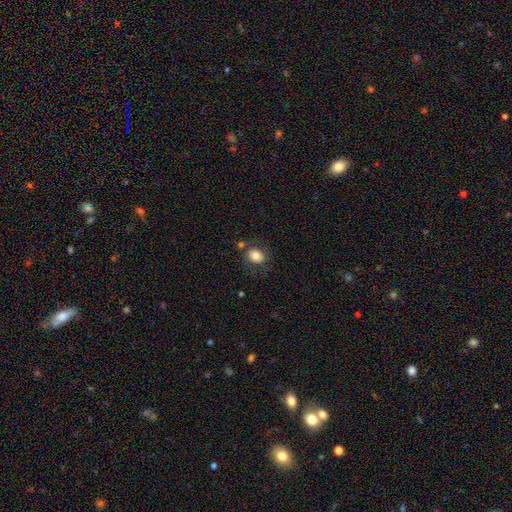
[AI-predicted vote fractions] A smooth galaxy with no disk features (79%) that is in between round and cigar-shaped (54%).

Vote fractions:
- Smooth or featured? smooth: 79% / featured or disk: 12% / star or artifact: 9%
- How rounded? in between: 54% / round: 45% / cigar-shaped: 1%
- Merging? none: 70% / minor disturbance: 15% / merger: 9% / major disturbance: 7%